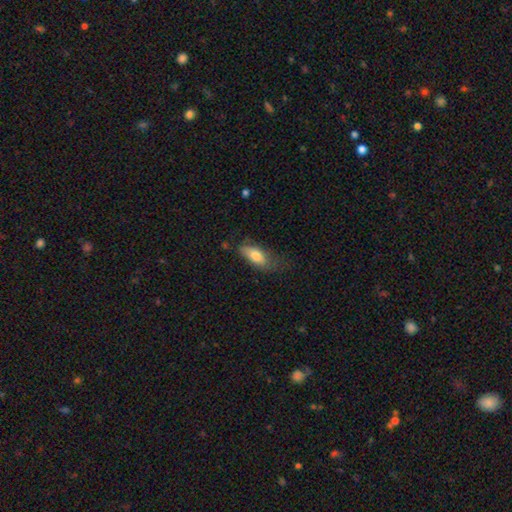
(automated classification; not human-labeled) Smooth or featured: smooth — 76% (featured or disk — 18%)
How rounded: in between — 82% (cigar-shaped — 15%)
Merging: none — 47% (minor disturbance — 34%)